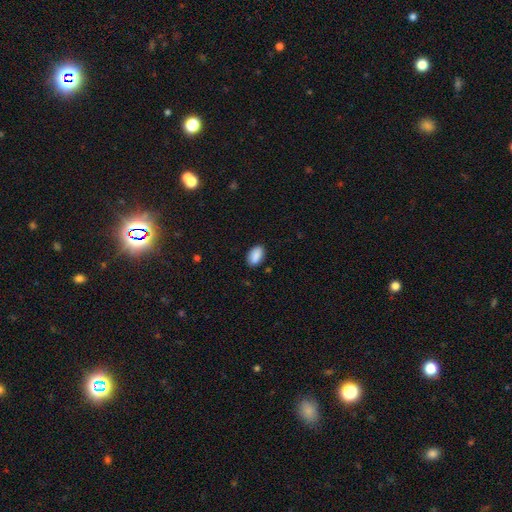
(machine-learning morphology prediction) type=smooth (90%); roundness=in between (93%); merging=none (86%).